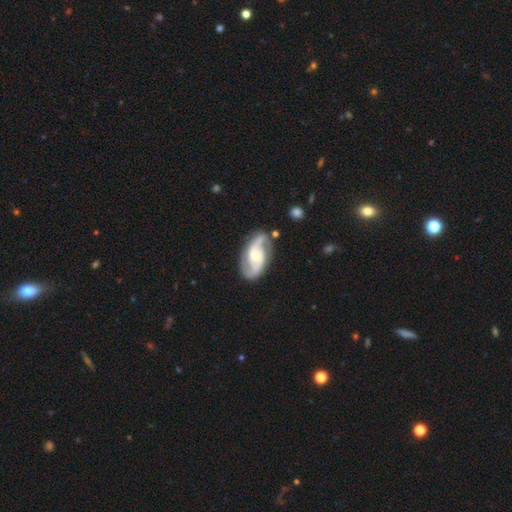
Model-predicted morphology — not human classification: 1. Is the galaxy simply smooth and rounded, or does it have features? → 88% featured or disk, 8% smooth, 4% star or artifact.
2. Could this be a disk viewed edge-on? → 97% no, 3% yes.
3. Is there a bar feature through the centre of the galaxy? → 44% no, 39% weak, 17% strong.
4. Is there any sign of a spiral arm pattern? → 97% yes, 3% no.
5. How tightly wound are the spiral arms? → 54% medium, 23% loose, 23% tight.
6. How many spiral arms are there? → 92% 2, 3% can't tell, 2% 3, 1% 1, 1% 4, 1% more than 4.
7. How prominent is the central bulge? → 52% moderate, 40% small, 5% large, 2% none, 1% dominant.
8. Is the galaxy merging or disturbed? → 80% none, 13% minor disturbance, 5% major disturbance, 2% merger.